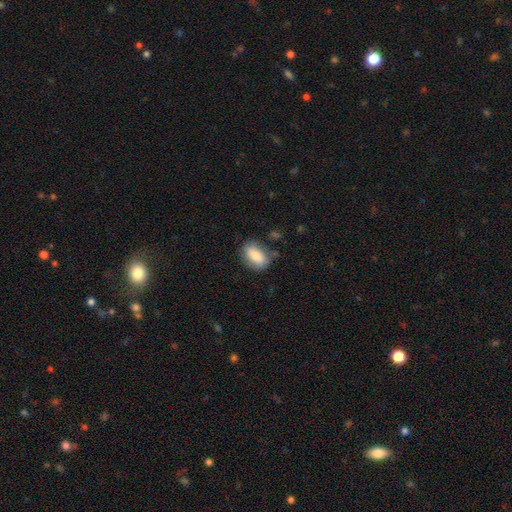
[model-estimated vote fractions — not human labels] smooth 79%, featured or disk 14%, star or artifact 7%. Down the decision tree: how rounded — in between (85%); merging — none (72%).